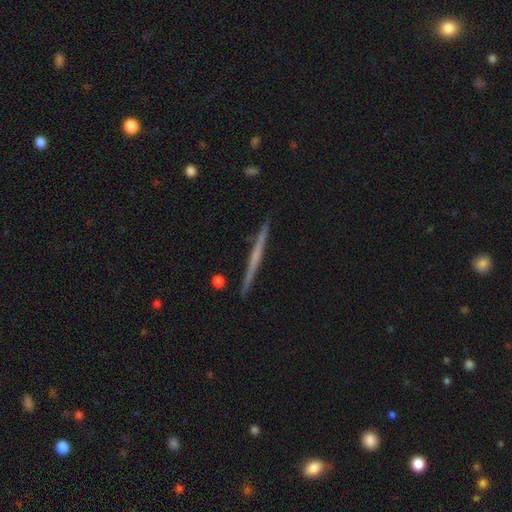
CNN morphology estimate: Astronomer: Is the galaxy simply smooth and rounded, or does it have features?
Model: featured or disk — 61%.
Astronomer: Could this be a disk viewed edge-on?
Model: yes — 98%.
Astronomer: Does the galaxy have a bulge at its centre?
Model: none — 82%.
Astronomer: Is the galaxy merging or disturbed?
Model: none — 92%.